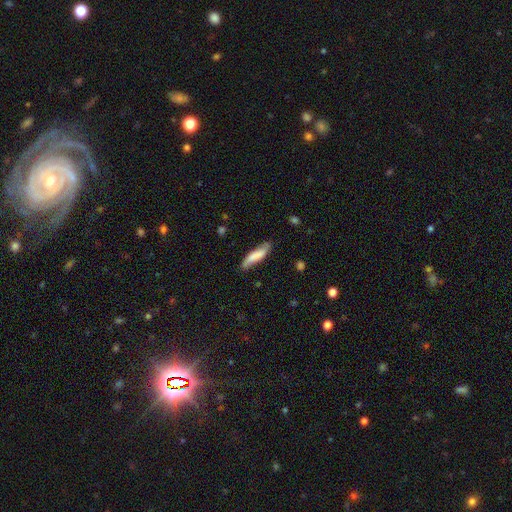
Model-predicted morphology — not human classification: Smooth or featured? smooth (66%)
How rounded? cigar-shaped (74%)
Merging? none (73%)